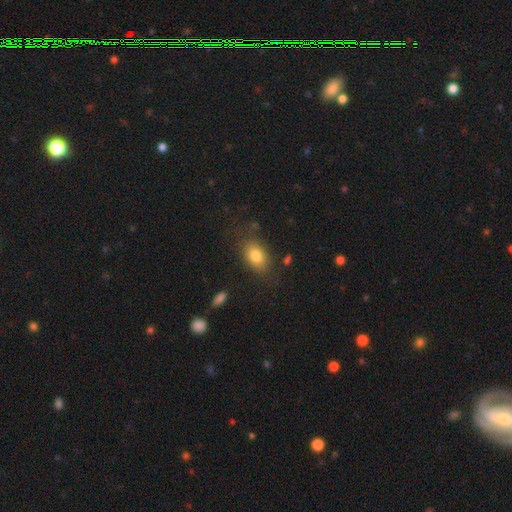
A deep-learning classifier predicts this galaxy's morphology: smooth_or_featured: smooth (p=0.81) [alt: featured or disk p=0.11]
how_rounded: in between (p=0.86) [alt: round p=0.13]
merging: none (p=0.77) [alt: minor disturbance p=0.15]